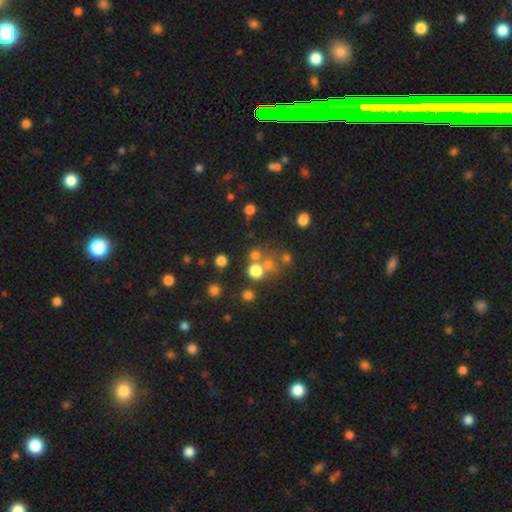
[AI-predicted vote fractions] This is likely a smooth galaxy (66%). How rounded: clearly round (88%). Merging: likely none (64%).